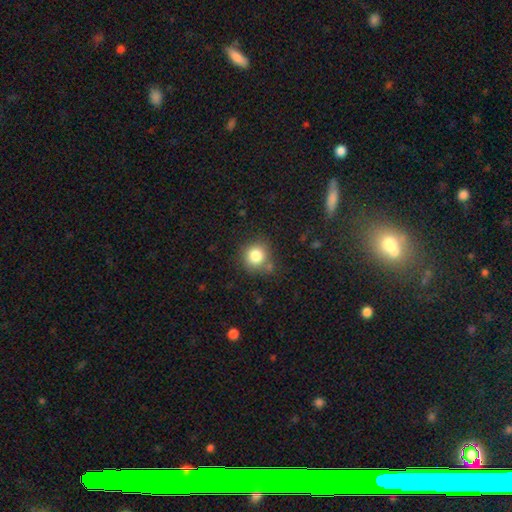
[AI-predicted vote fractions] This is clearly a smooth galaxy (83%). How rounded: clearly round (88%). Merging: likely none (75%).